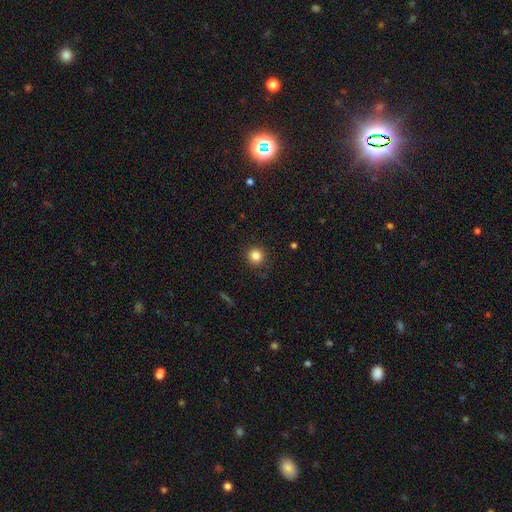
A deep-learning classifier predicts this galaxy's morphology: smooth 83%, star or artifact 12%, featured or disk 5%. Down the decision tree: how rounded — round (93%); merging — none (89%).